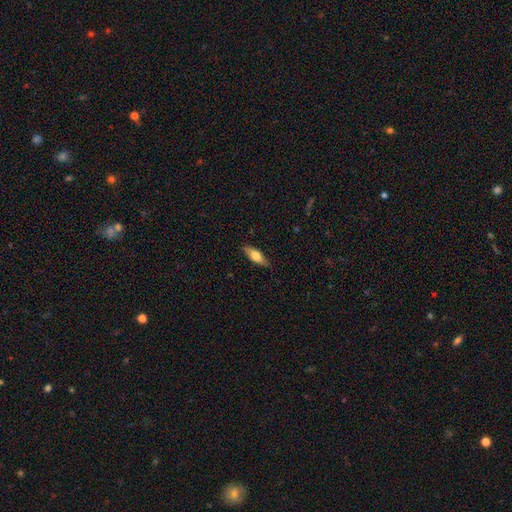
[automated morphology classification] smooth_or_featured: smooth (p=0.65) [alt: featured or disk p=0.29]
how_rounded: in between (p=0.63) [alt: cigar-shaped p=0.34]
merging: none (p=0.84) [alt: minor disturbance p=0.12]